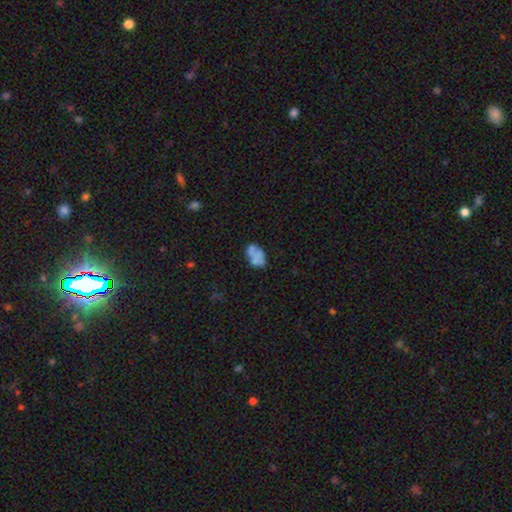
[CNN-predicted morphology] This is possibly a smooth galaxy (49%). Merging: marginally none (42%).